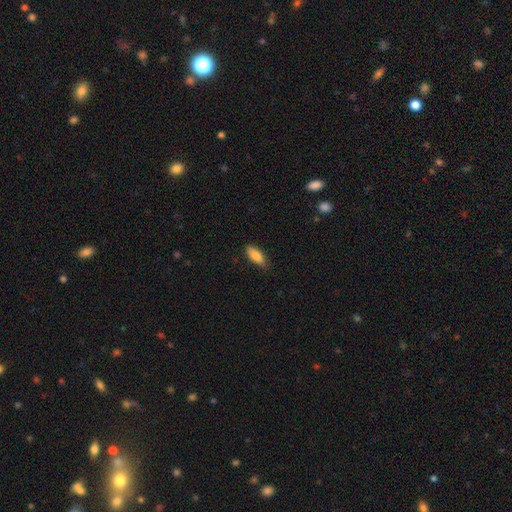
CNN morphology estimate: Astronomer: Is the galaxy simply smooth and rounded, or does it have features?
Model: smooth — 83%.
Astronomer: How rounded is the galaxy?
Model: in between — 78%.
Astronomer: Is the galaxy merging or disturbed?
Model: none — 79%.